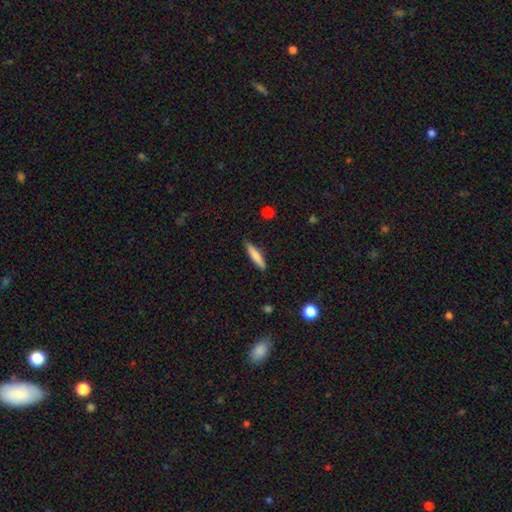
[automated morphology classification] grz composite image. It shows a smooth galaxy with no disk features (79%) that is cigar-shaped (84%). Merging: none (85%).